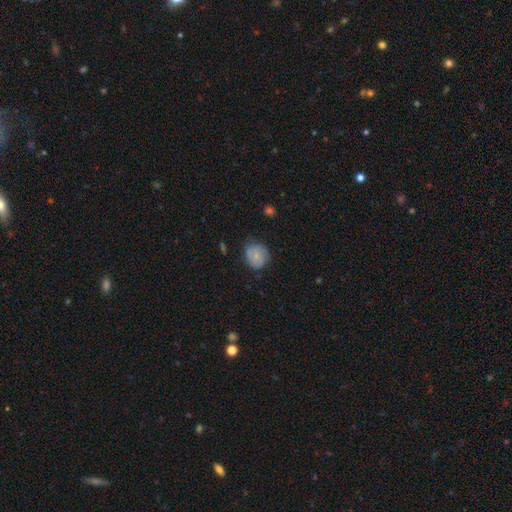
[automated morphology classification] A smooth galaxy with no disk features (65%) that is round (74%).

Vote fractions:
- Smooth or featured? smooth: 65% / featured or disk: 27% / star or artifact: 8%
- How rounded? round: 74% / in between: 26% / cigar-shaped: 1%
- Merging? none: 61% / minor disturbance: 30% / major disturbance: 7% / merger: 2%